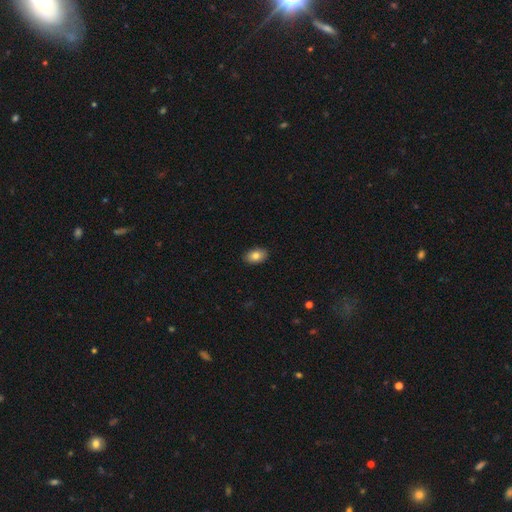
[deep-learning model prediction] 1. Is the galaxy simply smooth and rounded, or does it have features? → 83% smooth, 9% featured or disk, 8% star or artifact.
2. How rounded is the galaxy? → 89% in between, 10% round, 1% cigar-shaped.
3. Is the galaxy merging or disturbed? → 90% none, 8% minor disturbance, 2% major disturbance, 1% merger.